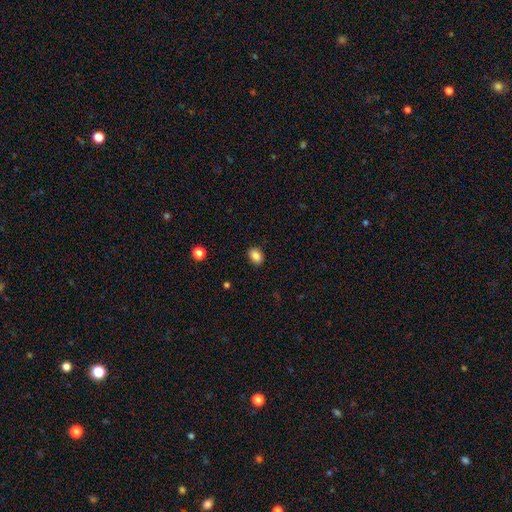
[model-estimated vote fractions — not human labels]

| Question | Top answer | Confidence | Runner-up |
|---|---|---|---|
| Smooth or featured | smooth | 87% | star or artifact (10%) |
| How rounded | in between | 72% | round (27%) |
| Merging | none | 88% | minor disturbance (9%) |